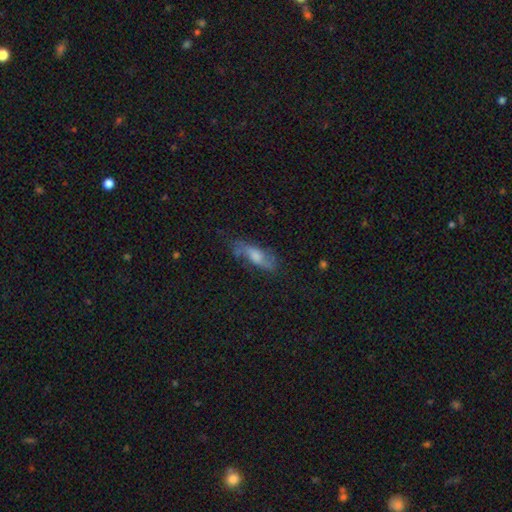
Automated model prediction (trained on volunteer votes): Smooth or featured? Predicted: featured or disk (p=0.48). Merging? Predicted: none (p=0.66).